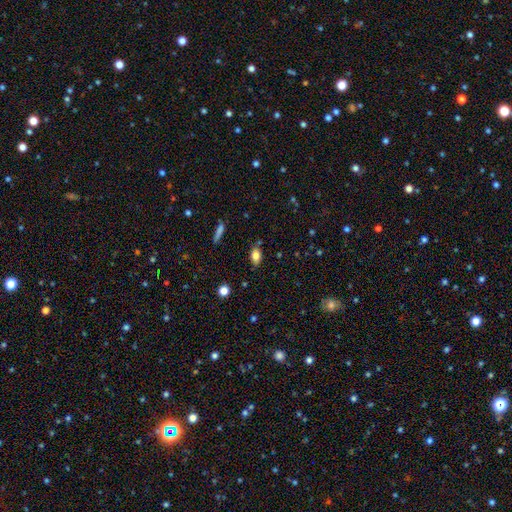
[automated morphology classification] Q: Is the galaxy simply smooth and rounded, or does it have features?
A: smooth — 77%.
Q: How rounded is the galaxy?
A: in between — 82%.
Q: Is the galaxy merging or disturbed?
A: none — 79%.